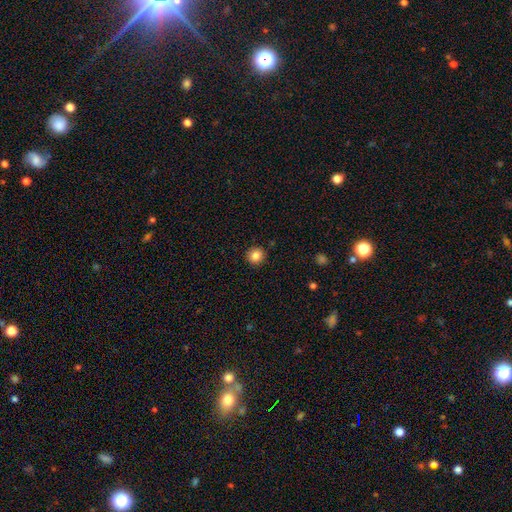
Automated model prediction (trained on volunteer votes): Morphology: type=smooth (84%); roundness=round (93%); merging=none (92%).